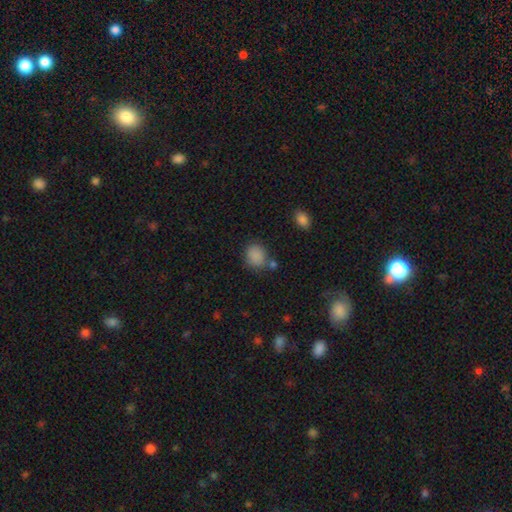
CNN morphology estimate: smooth 85%, star or artifact 10%, featured or disk 5%. Down the decision tree: how rounded — round (63%); merging — none (68%).